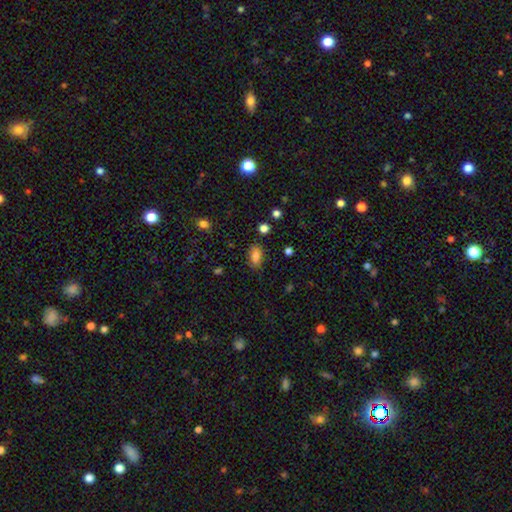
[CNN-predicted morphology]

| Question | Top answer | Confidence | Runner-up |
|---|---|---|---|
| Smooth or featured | smooth | 77% | star or artifact (12%) |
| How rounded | in between | 86% | round (10%) |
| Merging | none | 80% | minor disturbance (14%) |